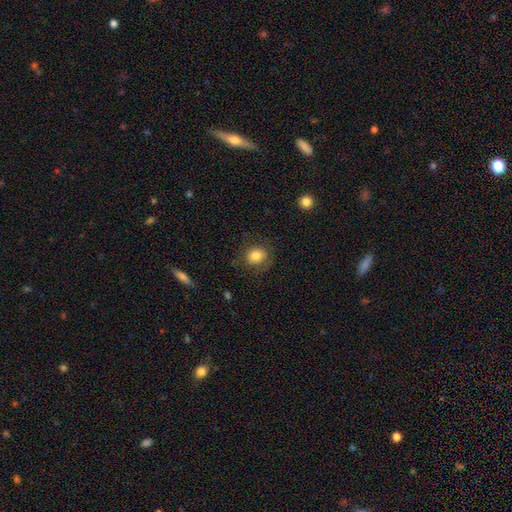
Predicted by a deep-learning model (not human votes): Morphology: type=smooth (82%); roundness=round (68%); merging=none (79%).